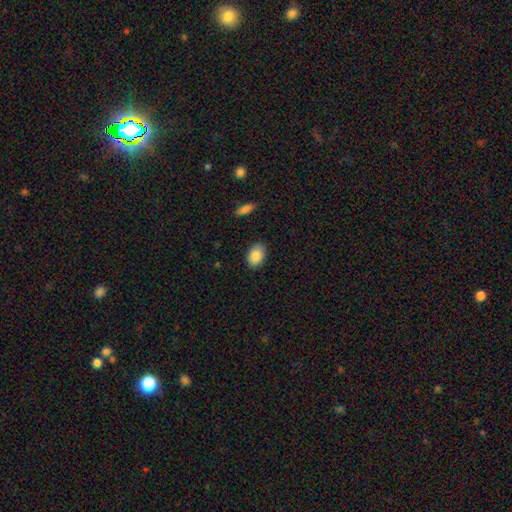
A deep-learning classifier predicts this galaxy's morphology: smooth-or-featured: smooth: 86% | featured or disk: 7% | star or artifact: 7%
  how-rounded: in between: 87% | round: 11% | cigar-shaped: 1%
  merging: none: 88% | minor disturbance: 9% | major disturbance: 2% | merger: 1%